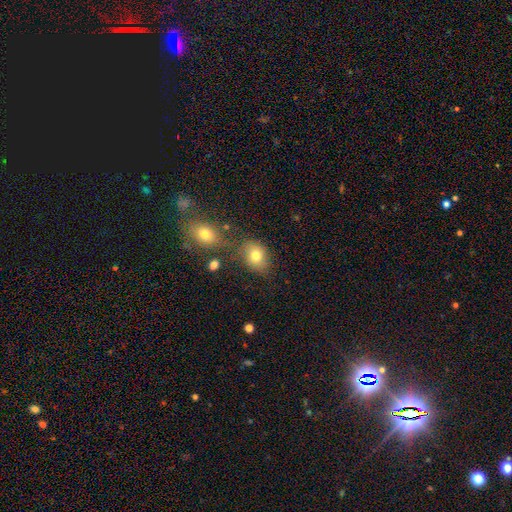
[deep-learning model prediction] Smooth or featured: smooth — 78% (star or artifact — 11%)
How rounded: in between — 57% (round — 42%)
Merging: none — 69% (minor disturbance — 16%)